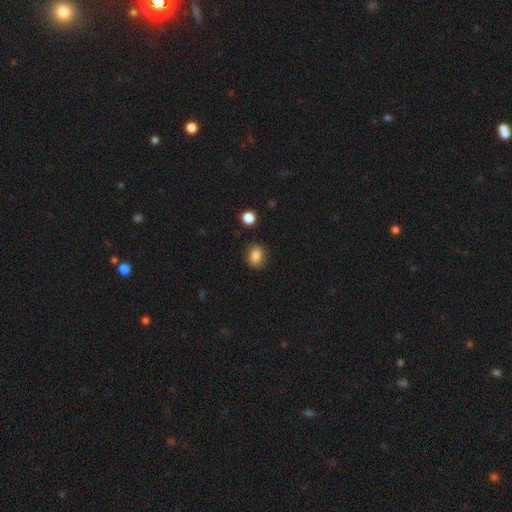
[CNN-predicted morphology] Smooth or featured? Predicted: smooth (p=0.84). How rounded? Predicted: in between (p=0.58). Merging? Predicted: none (p=0.83).